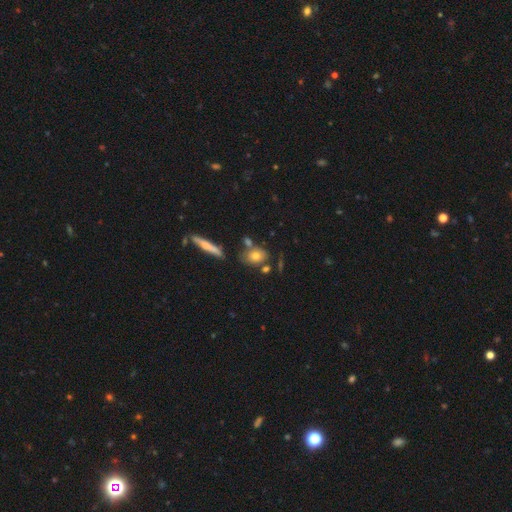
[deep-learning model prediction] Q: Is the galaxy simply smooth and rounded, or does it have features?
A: smooth — 69%.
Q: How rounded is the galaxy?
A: in between — 66%.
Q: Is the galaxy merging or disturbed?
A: none — 63%.